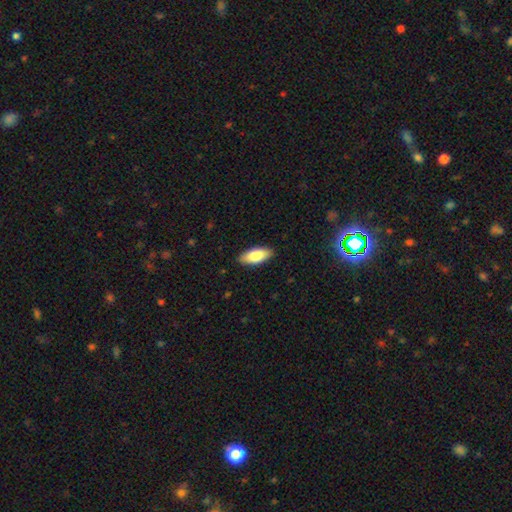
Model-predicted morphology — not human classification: A smooth galaxy with no disk features (83%) that is in between round and cigar-shaped (86%). Merging: none (89%).